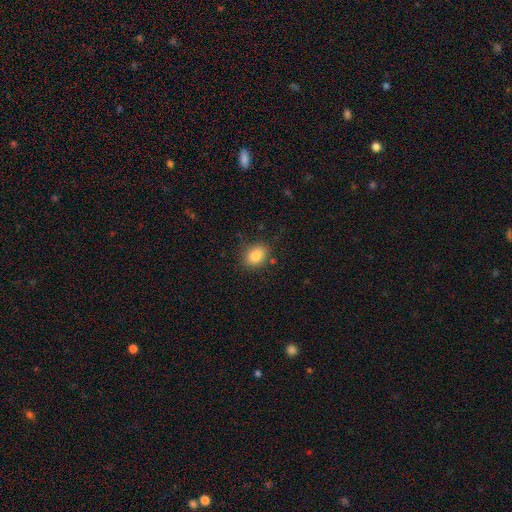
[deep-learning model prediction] Morphology: type=smooth (82%); roundness=in between (57%); merging=none (83%).